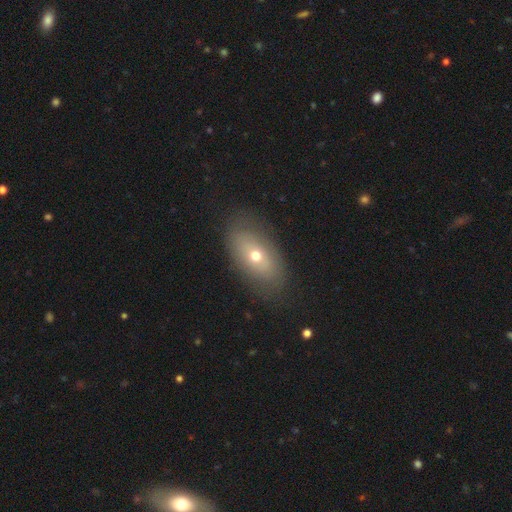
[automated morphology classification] This is possibly a smooth galaxy (58%). How rounded: clearly in between (87%). Merging: likely none (80%).